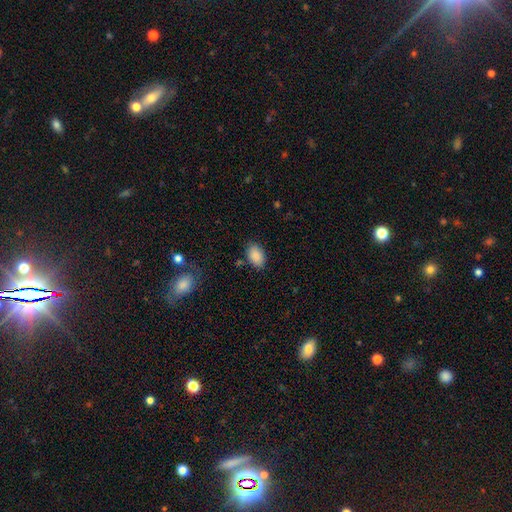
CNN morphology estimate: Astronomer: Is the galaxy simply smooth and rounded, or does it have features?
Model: smooth — 88%.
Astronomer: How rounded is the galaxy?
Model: in between — 89%.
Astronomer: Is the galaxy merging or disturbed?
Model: none — 81%.